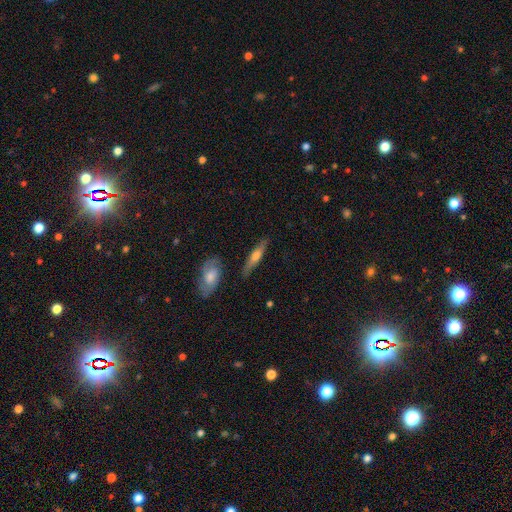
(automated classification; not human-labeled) This is possibly a smooth galaxy (48%). Merging: clearly none (83%).